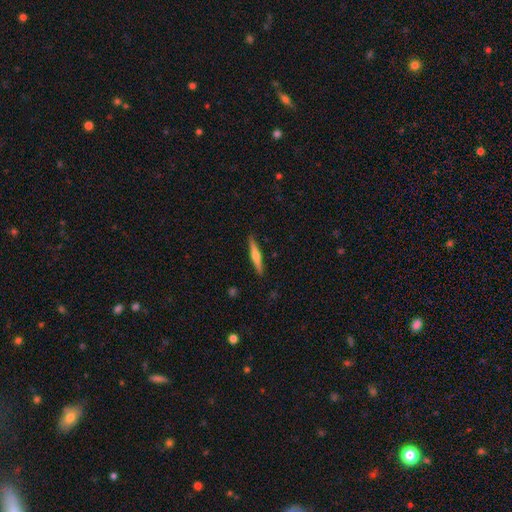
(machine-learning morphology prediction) Overall: featured or disk (55%; smooth 40%). Edge-on disk: yes (97%). Edge-on bulge: rounded (87%). Merging: none (90%).